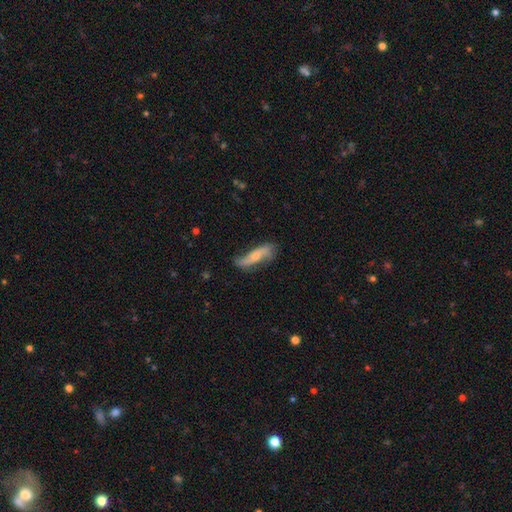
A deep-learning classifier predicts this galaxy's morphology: Smooth or featured? featured or disk (56%)
Edge-on disk? no (76%)
Merging? none (62%)